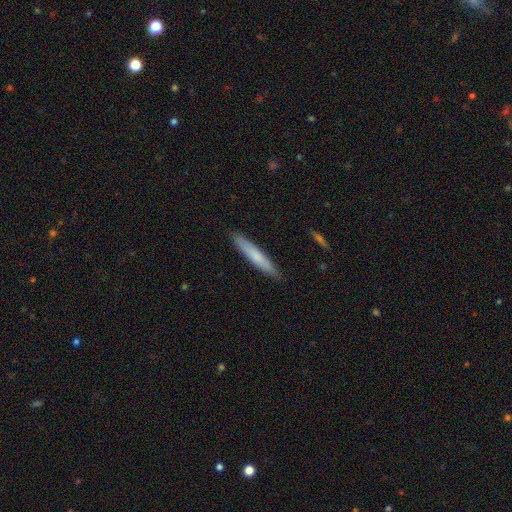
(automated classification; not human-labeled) This is likely a smooth galaxy (68%). How rounded: clearly cigar-shaped (93%). Merging: clearly none (89%).